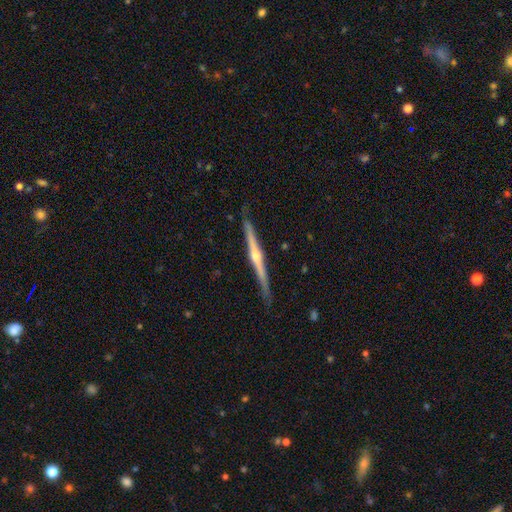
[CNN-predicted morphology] Smooth or featured? Predicted: featured or disk (p=0.82). Edge-on disk? Predicted: yes (p=0.98). Edge-on bulge? Predicted: rounded (p=0.88). Merging? Predicted: none (p=0.87).